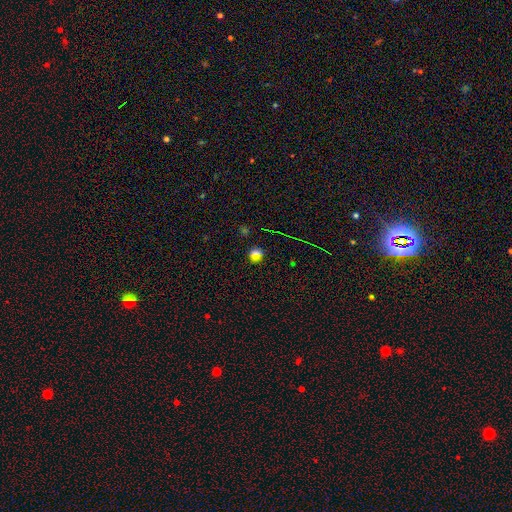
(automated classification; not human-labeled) Smooth or featured? smooth (55%)
How rounded? round (77%)
Merging? none (82%)